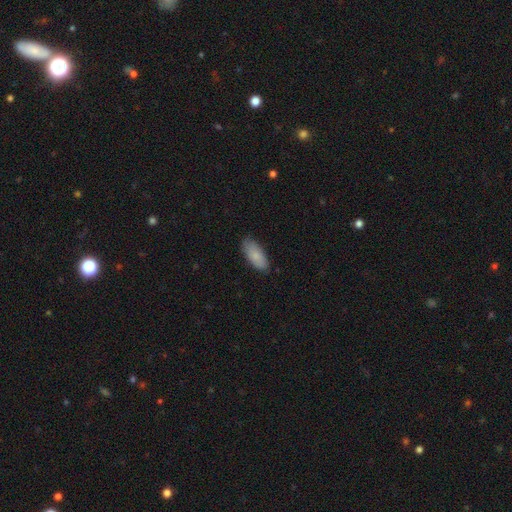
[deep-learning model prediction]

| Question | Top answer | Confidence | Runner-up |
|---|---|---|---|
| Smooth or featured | smooth | 84% | featured or disk (10%) |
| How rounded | in between | 85% | cigar-shaped (13%) |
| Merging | none | 83% | minor disturbance (14%) |